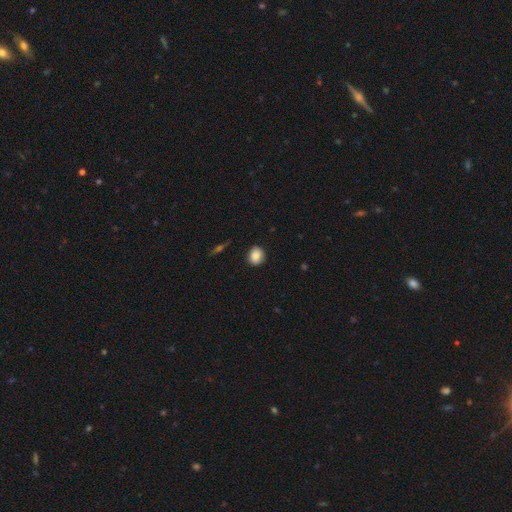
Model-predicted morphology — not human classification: smooth 87%, star or artifact 8%, featured or disk 5%. Down the decision tree: how rounded — round (66%); merging — none (87%).